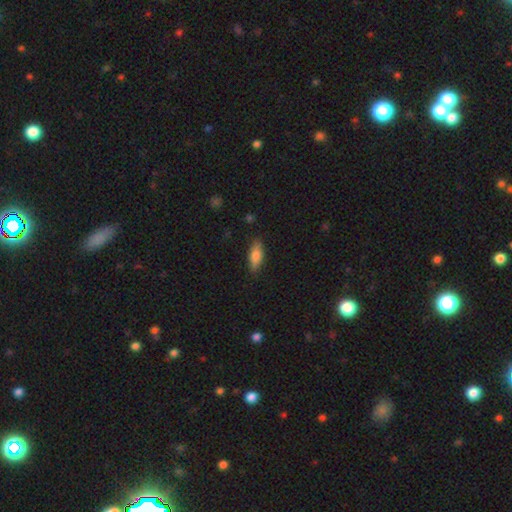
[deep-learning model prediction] Smooth or featured: smooth — 78% (featured or disk — 16%)
How rounded: in between — 66% (cigar-shaped — 31%)
Merging: none — 85% (minor disturbance — 12%)